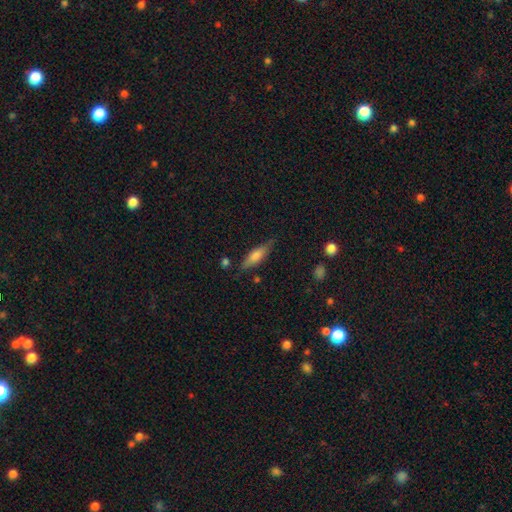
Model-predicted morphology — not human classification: Q: Smooth or featured?
A: smooth (60%); runner-up: featured or disk (33%)
Q: How rounded?
A: cigar-shaped (59%); runner-up: in between (39%)
Q: Merging?
A: none (76%); runner-up: minor disturbance (18%)